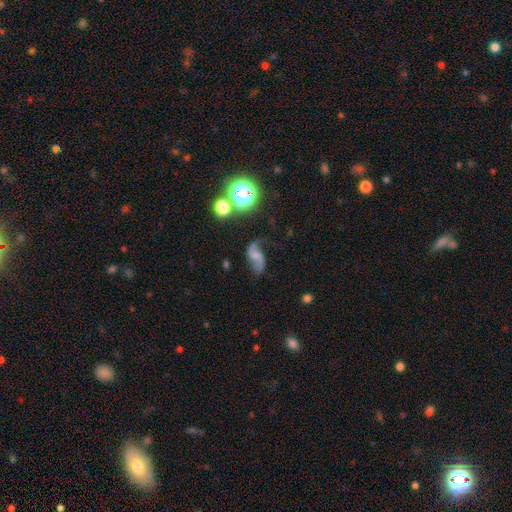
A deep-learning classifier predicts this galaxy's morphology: smooth_or_featured: featured or disk (p=0.73) [alt: smooth p=0.15]
disk_edge_on: no (p=0.97) [alt: yes p=0.03]
bar: no (p=0.50) [alt: weak p=0.39]
has_spiral_arms: yes (p=0.94) [alt: no p=0.06]
spiral_winding: loose (p=0.82) [alt: medium p=0.14]
spiral_arm_count: 2 (p=0.91) [alt: 1 p=0.03]
bulge_size: none (p=0.50) [alt: small p=0.26]
merging: none (p=0.62) [alt: minor disturbance p=0.19]